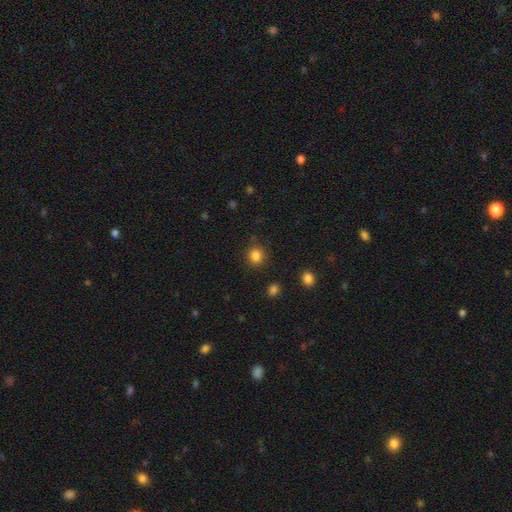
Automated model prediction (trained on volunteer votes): Overall: smooth (85%). How rounded: round (83%). Merging: none (86%).